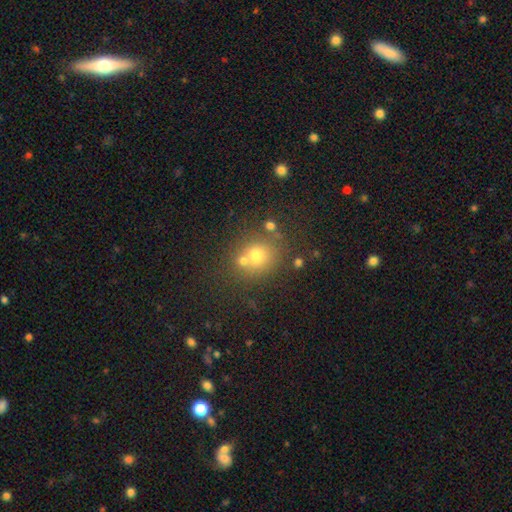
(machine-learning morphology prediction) A smooth galaxy with no disk features (69%) that is round (82%).

Vote fractions:
- Smooth or featured? smooth: 69% / star or artifact: 18% / featured or disk: 13%
- How rounded? round: 82% / in between: 17% / cigar-shaped: 1%
- Merging? none: 60% / merger: 25% / minor disturbance: 10% / major disturbance: 4%